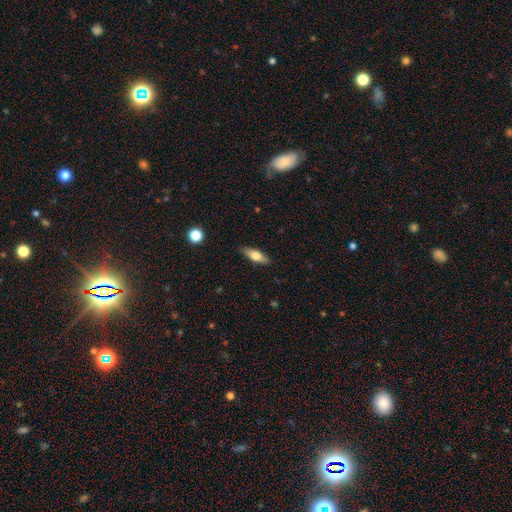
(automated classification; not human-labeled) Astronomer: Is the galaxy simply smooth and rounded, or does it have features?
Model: smooth — 61%.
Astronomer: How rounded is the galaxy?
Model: in between — 57% (runner-up: cigar-shaped, 40%).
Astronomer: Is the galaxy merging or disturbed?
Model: none — 87%.